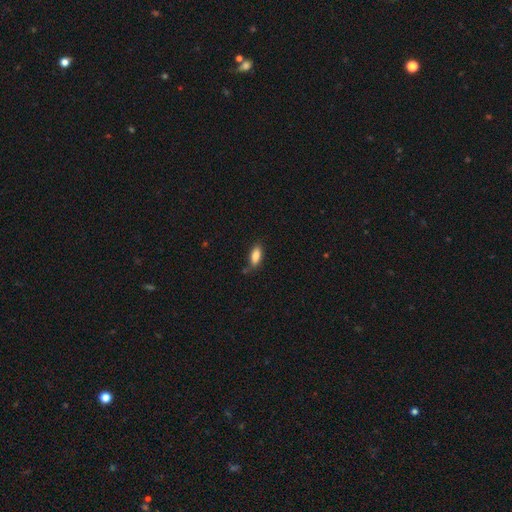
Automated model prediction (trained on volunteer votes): Q: Smooth or featured?
A: smooth (86%); runner-up: star or artifact (8%)
Q: How rounded?
A: in between (81%); runner-up: cigar-shaped (16%)
Q: Merging?
A: none (71%); runner-up: minor disturbance (20%)